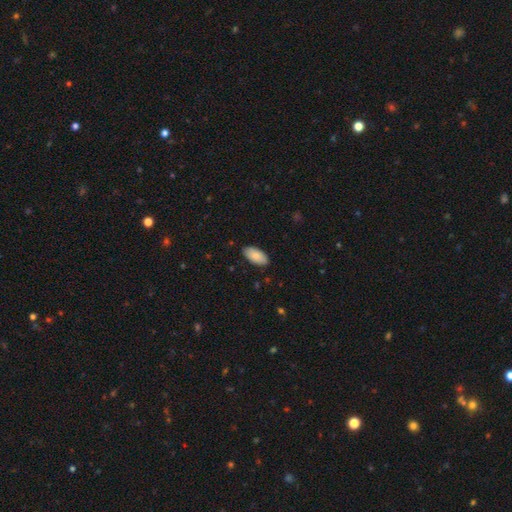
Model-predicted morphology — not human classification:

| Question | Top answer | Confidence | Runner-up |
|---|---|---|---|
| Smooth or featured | smooth | 87% | featured or disk (7%) |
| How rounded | in between | 94% | cigar-shaped (4%) |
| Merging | none | 87% | minor disturbance (10%) |